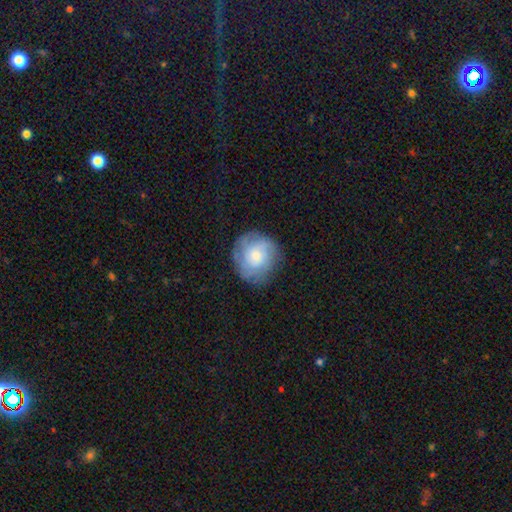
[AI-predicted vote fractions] Q: Smooth or featured?
A: featured or disk (47%); runner-up: smooth (45%)
Q: Merging?
A: none (76%); runner-up: minor disturbance (17%)